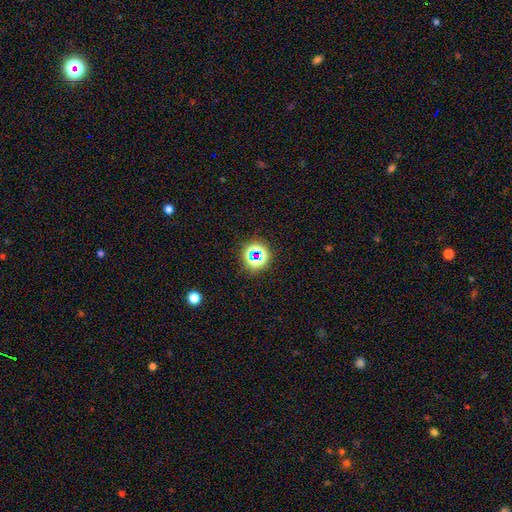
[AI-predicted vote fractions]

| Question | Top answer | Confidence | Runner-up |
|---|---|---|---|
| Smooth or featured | star or artifact | 63% | smooth (27%) |